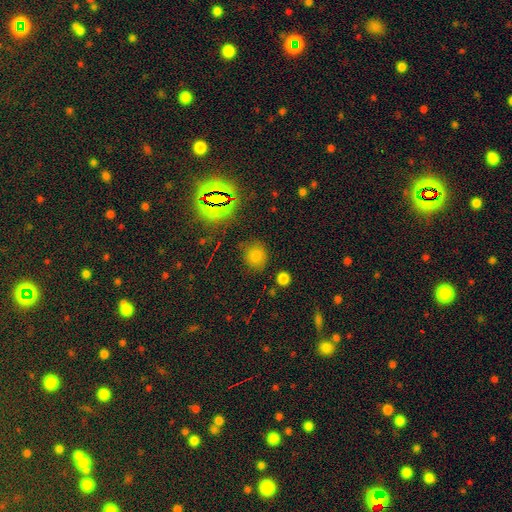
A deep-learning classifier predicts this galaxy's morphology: Smooth or featured: smooth — 71% (star or artifact — 23%)
How rounded: round — 82% (in between — 16%)
Merging: none — 80% (minor disturbance — 13%)